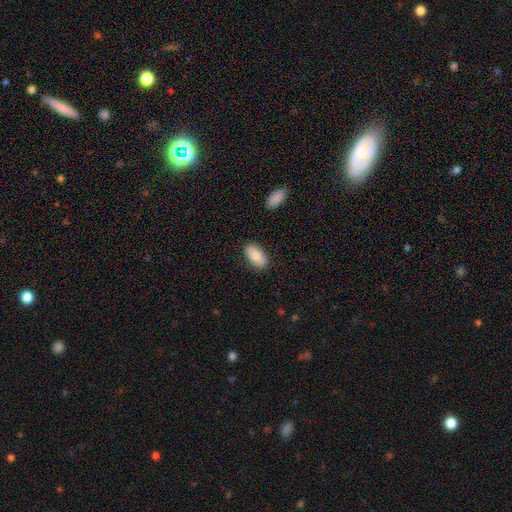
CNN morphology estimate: This appears to be a smooth galaxy with no disk features (79%) that is in between round and cigar-shaped (92%). Merging: none (85%).